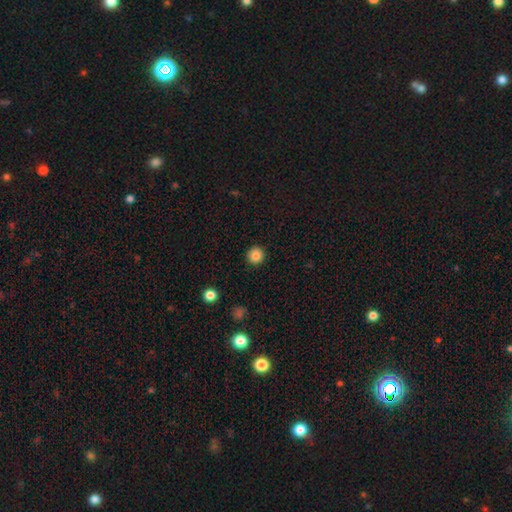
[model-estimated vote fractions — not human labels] Morphology: type=smooth (84%); roundness=round (95%); merging=none (93%).